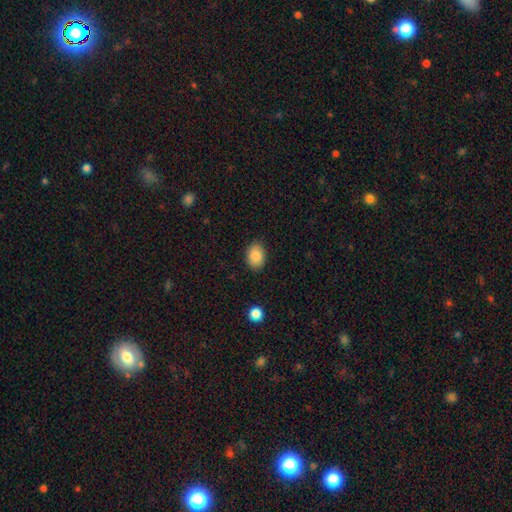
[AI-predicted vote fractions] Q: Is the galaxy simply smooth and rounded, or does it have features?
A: smooth — 86%.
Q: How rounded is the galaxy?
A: in between — 76%.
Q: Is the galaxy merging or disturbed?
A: none — 86%.